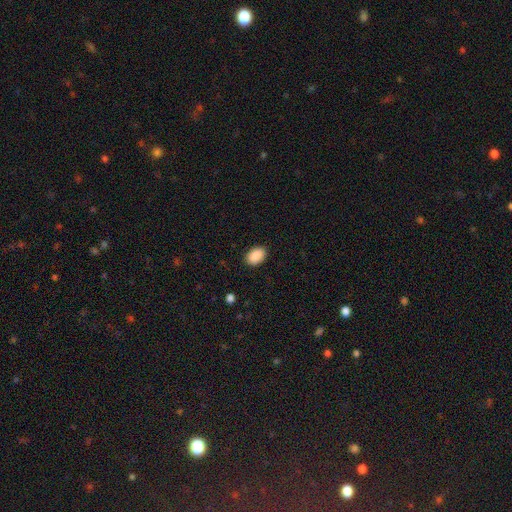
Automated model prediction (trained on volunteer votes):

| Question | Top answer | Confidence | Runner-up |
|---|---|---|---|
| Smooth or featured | smooth | 90% | star or artifact (7%) |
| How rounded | in between | 84% | round (15%) |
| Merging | none | 89% | minor disturbance (8%) |